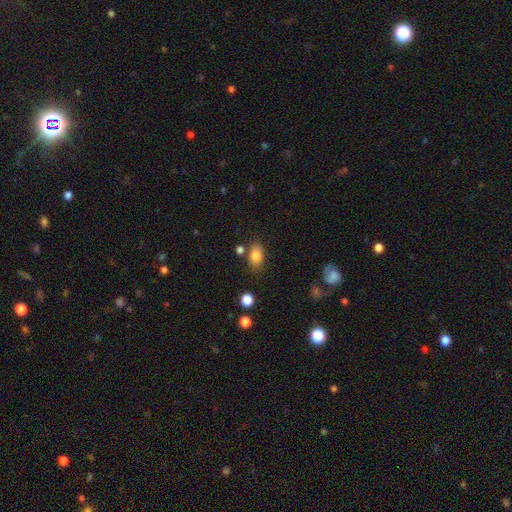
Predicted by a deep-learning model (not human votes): Overall: smooth (84%). How rounded: in between (87%). Merging: none (75%).